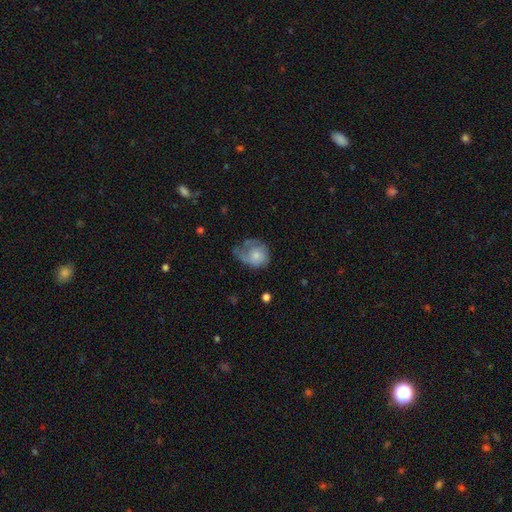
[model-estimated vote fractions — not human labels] smooth 50%, featured or disk 43%, star or artifact 7%. Down the decision tree: how rounded — round (55%); merging — major disturbance (35%).